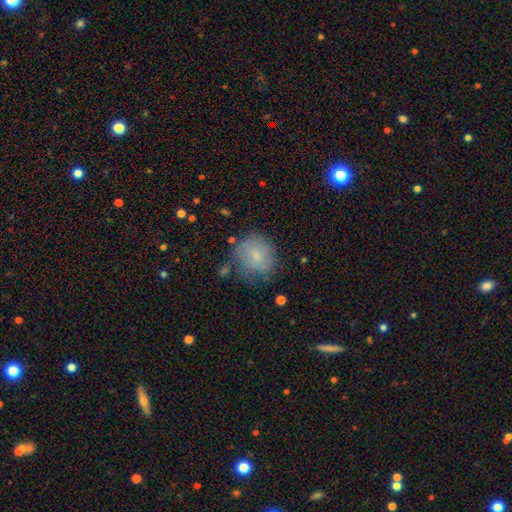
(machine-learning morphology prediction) type=smooth (71%); roundness=round (75%); merging=none (66%).